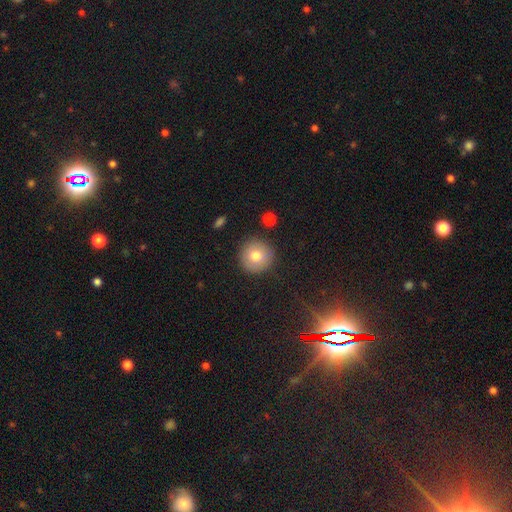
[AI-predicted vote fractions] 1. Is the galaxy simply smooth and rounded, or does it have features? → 76% smooth, 14% featured or disk, 10% star or artifact.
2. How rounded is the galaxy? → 95% round, 4% in between, 1% cigar-shaped.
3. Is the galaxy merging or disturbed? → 89% none, 7% minor disturbance, 2% major disturbance, 2% merger.